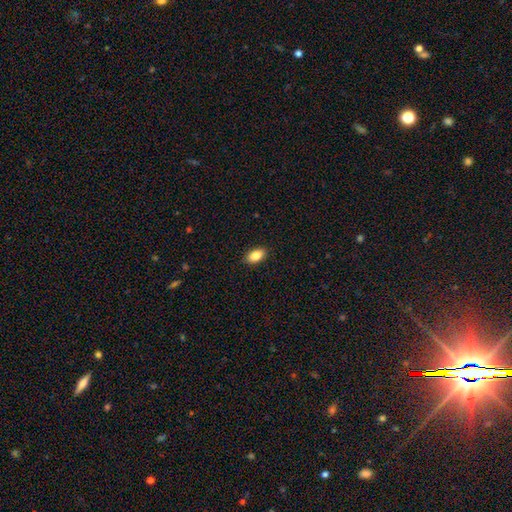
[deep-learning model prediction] Q: Smooth or featured?
A: smooth (87%); runner-up: star or artifact (7%)
Q: How rounded?
A: in between (92%); runner-up: round (5%)
Q: Merging?
A: none (90%); runner-up: minor disturbance (8%)